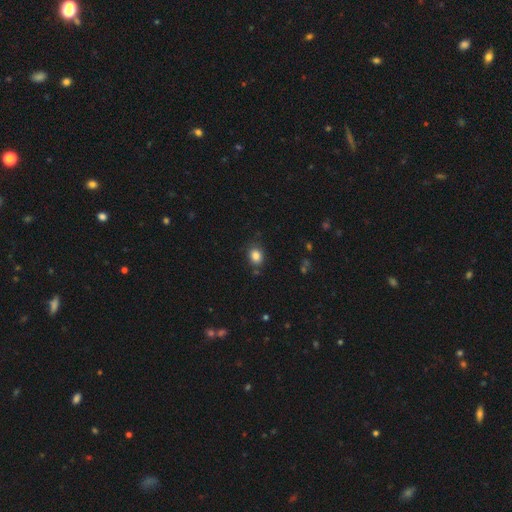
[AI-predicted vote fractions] A smooth galaxy with no disk features (84%) that is round (50%).

Vote fractions:
- Smooth or featured? smooth: 84% / star or artifact: 10% / featured or disk: 5%
- How rounded? round: 50% / in between: 49% / cigar-shaped: 1%
- Merging? none: 80% / minor disturbance: 13% / major disturbance: 3% / merger: 3%